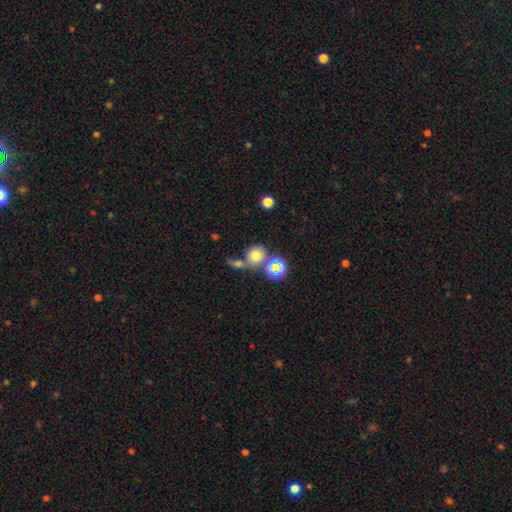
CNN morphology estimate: Smooth or featured: smooth — 68% (star or artifact — 20%)
How rounded: round — 74% (in between — 25%)
Merging: none — 50% (merger — 33%)